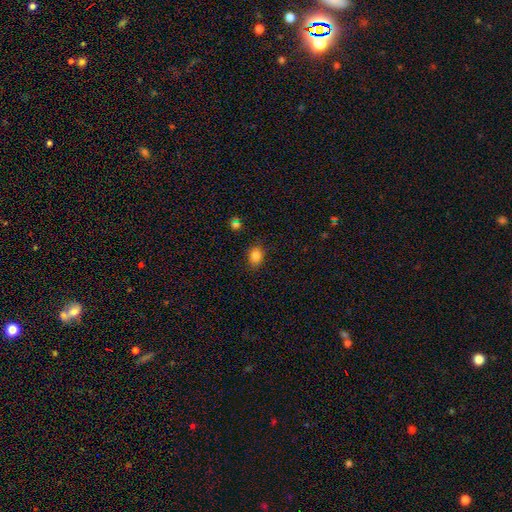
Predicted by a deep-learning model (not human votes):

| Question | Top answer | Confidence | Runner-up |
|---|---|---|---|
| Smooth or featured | smooth | 83% | star or artifact (12%) |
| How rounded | in between | 66% | round (32%) |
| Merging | none | 81% | minor disturbance (13%) |